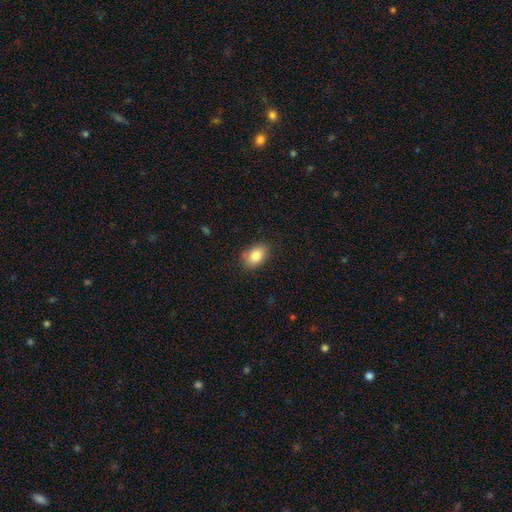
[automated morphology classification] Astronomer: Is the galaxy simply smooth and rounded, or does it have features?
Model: smooth — 85%.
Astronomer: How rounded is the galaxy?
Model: in between — 83%.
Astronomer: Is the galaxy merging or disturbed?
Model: none — 82%.